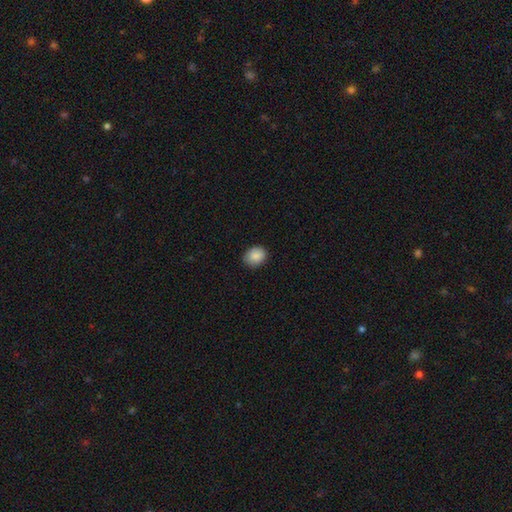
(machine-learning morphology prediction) type=smooth (88%); roundness=round (50%); merging=none (85%).